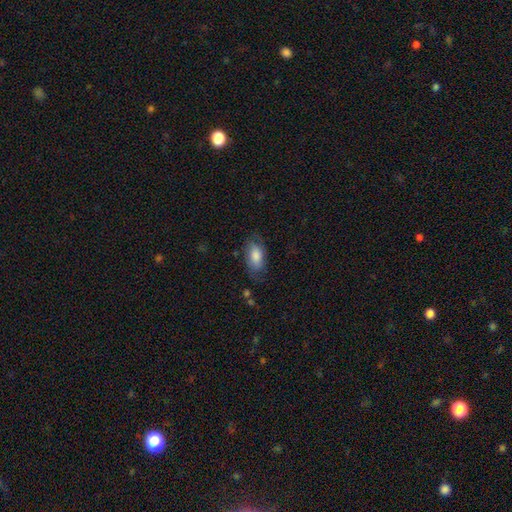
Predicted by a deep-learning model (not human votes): Smooth or featured? smooth (74%)
How rounded? in between (90%)
Merging? none (68%)